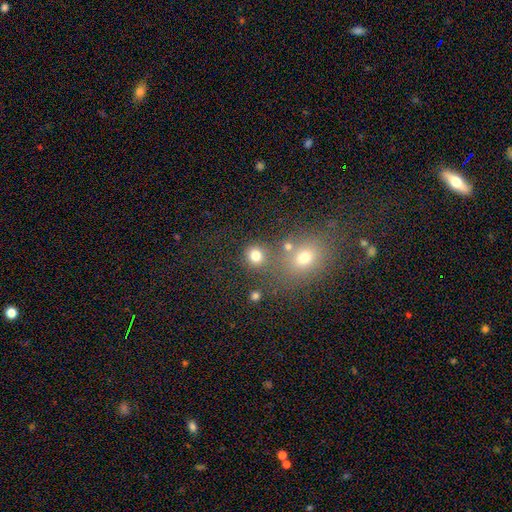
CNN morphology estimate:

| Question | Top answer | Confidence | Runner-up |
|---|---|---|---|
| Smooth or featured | smooth | 78% | star or artifact (15%) |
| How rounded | round | 85% | in between (14%) |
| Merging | none | 68% | merger (17%) |